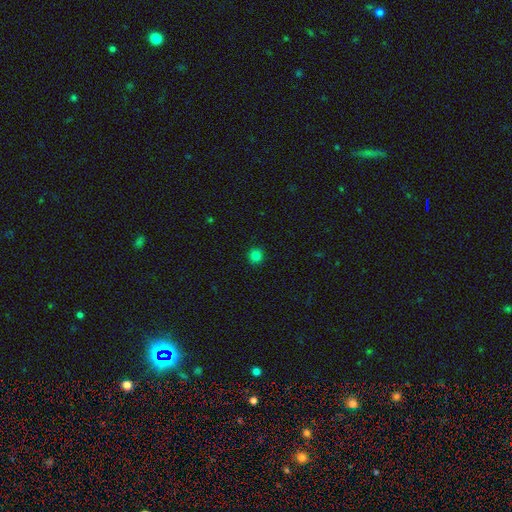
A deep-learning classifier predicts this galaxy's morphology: This appears to be a smooth galaxy with no disk features (81%) that is round (92%). Merging: none (92%).